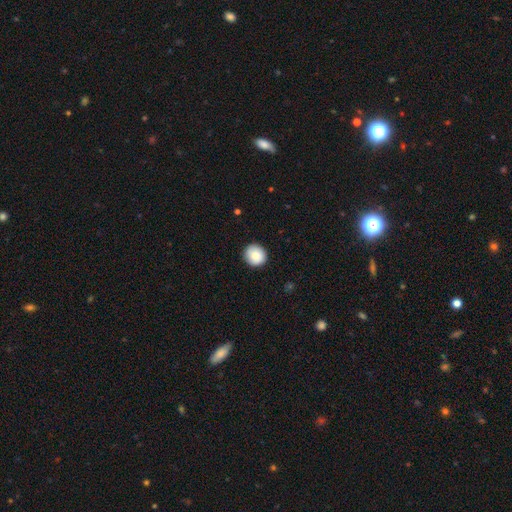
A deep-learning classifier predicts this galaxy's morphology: smooth_or_featured: smooth (p=0.86) [alt: star or artifact p=0.08]
how_rounded: round (p=0.92) [alt: in between p=0.07]
merging: none (p=0.90) [alt: minor disturbance p=0.07]